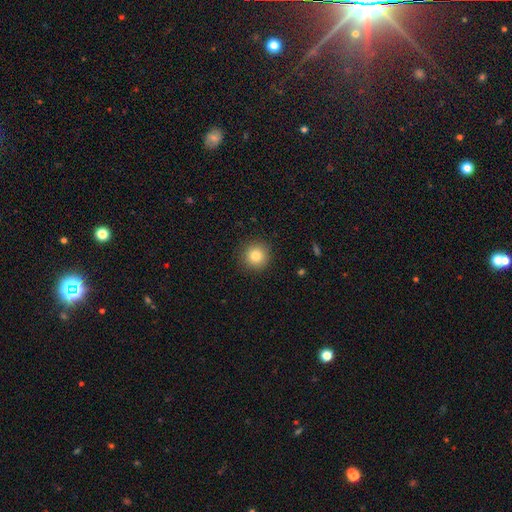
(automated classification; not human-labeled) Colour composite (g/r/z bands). It shows a smooth galaxy with no disk features (82%) that is round (95%). Merging: none (91%).